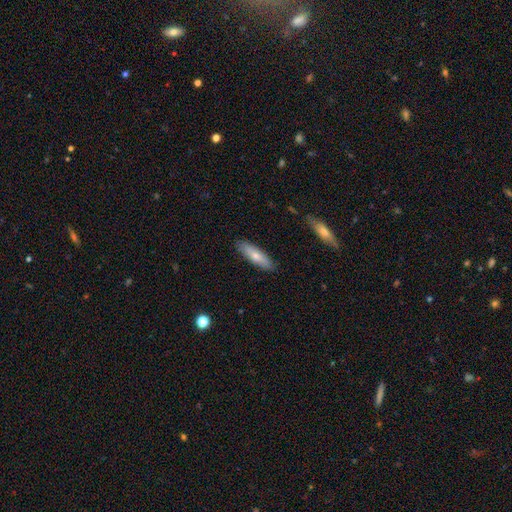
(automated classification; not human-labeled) Overall: smooth (70%). How rounded: cigar-shaped (56%; in between 42%). Merging: none (87%).